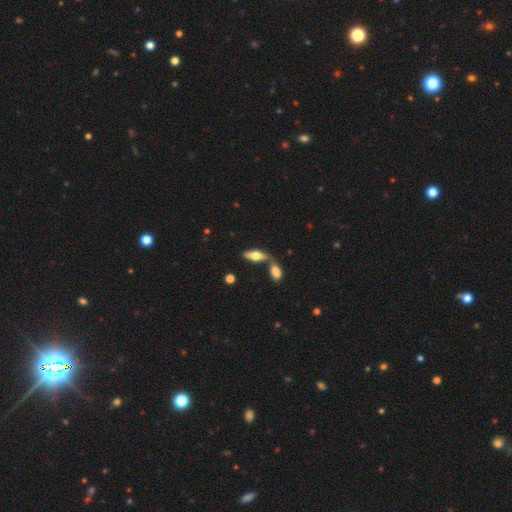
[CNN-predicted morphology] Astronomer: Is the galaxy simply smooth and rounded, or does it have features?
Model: smooth — 58% (runner-up: featured or disk, 35%).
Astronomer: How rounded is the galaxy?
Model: in between — 71%.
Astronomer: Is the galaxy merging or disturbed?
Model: none — 44% (runner-up: merger, 39%).